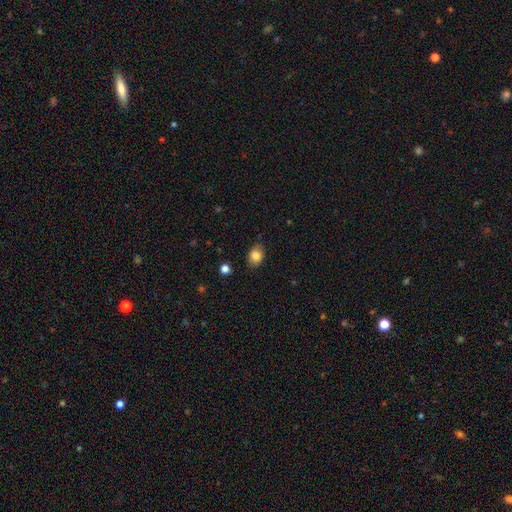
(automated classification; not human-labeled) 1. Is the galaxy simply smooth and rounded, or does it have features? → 84% smooth, 9% star or artifact, 7% featured or disk.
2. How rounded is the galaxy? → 67% in between, 31% round, 1% cigar-shaped.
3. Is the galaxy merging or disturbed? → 83% none, 13% minor disturbance, 3% major disturbance, 1% merger.